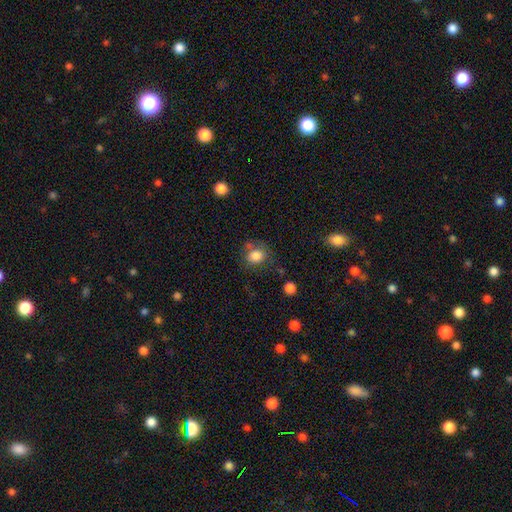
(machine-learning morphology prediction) Smooth or featured: smooth — 82% (star or artifact — 10%)
How rounded: round — 67% (in between — 32%)
Merging: none — 63% (minor disturbance — 20%)